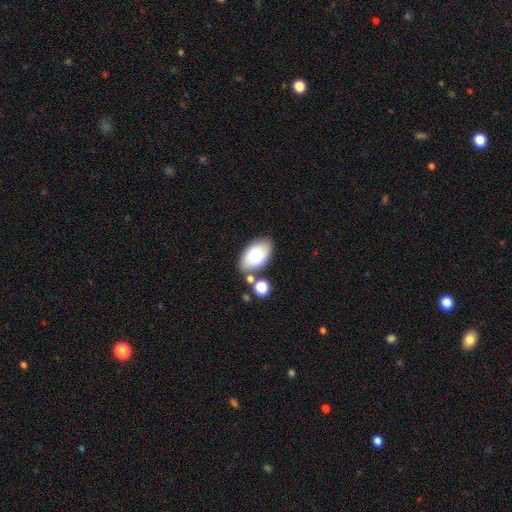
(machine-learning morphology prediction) smooth-or-featured: smooth: 81% | featured or disk: 12% | star or artifact: 7%
  how-rounded: in between: 94% | round: 5% | cigar-shaped: 1%
  merging: none: 72% | minor disturbance: 13% | merger: 11% | major disturbance: 3%